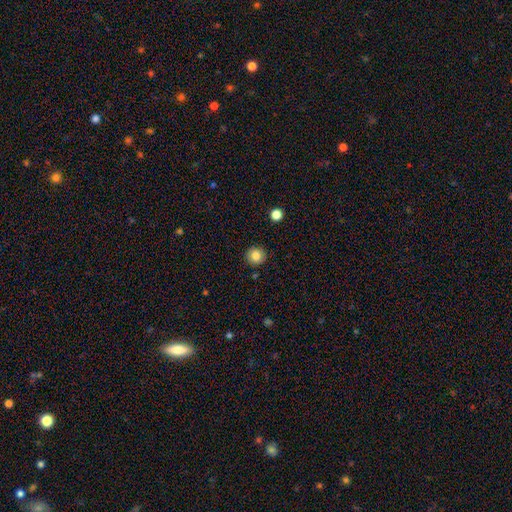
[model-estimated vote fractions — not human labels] smooth-or-featured: smooth: 82% | star or artifact: 10% | featured or disk: 9%
  how-rounded: round: 91% | in between: 8% | cigar-shaped: 1%
  merging: none: 89% | minor disturbance: 7% | major disturbance: 2% | merger: 2%